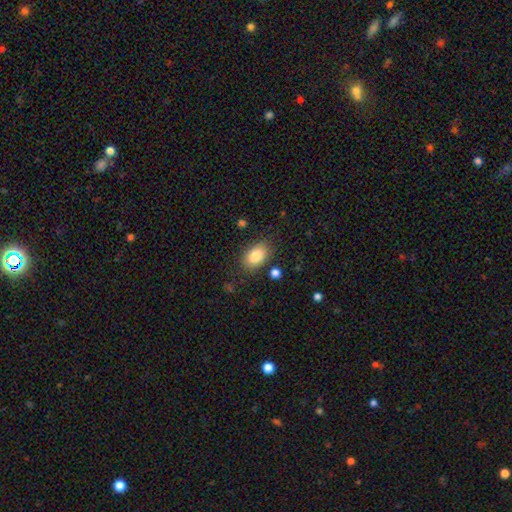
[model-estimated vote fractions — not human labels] smooth_or_featured: smooth (p=0.83) [alt: featured or disk p=0.09]
how_rounded: in between (p=0.87) [alt: round p=0.11]
merging: none (p=0.82) [alt: minor disturbance p=0.12]